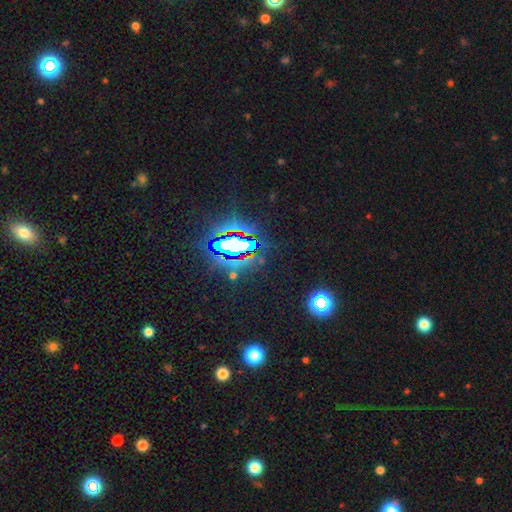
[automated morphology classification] Q: Smooth or featured?
A: star or artifact (82%); runner-up: smooth (10%)